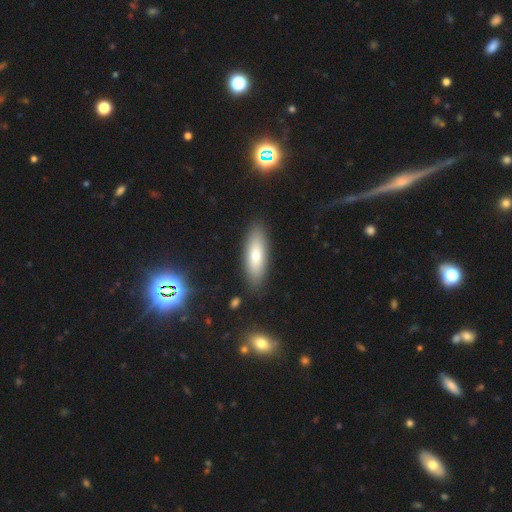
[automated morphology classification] A smooth galaxy with no disk features (63%) that is cigar-shaped (51%). Merging: none (87%).